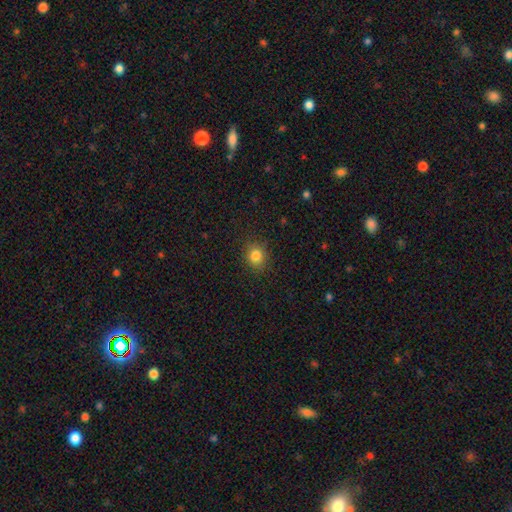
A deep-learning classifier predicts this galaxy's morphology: Overall: smooth (83%). How rounded: round (74%). Merging: none (87%).